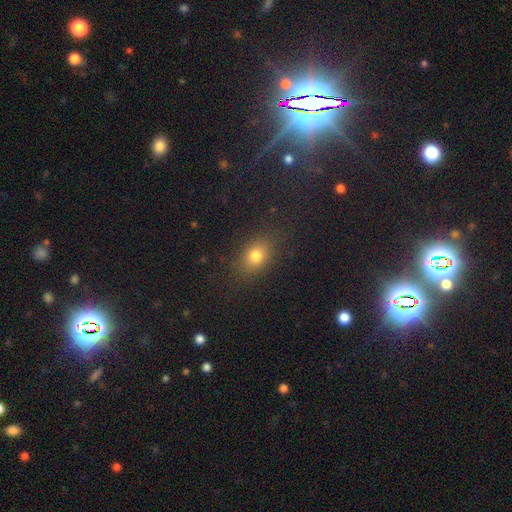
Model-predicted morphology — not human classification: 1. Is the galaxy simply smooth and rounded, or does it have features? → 76% smooth, 14% star or artifact, 10% featured or disk.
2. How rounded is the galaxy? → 65% in between, 32% round, 3% cigar-shaped.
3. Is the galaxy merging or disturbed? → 82% none, 11% minor disturbance, 5% major disturbance, 2% merger.